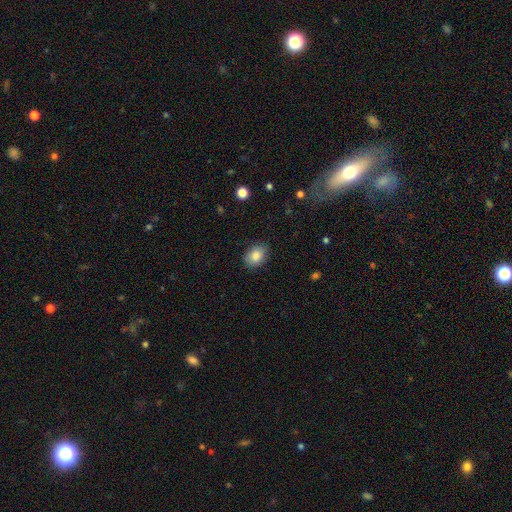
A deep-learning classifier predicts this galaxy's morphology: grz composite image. It shows a smooth galaxy with no disk features (86%) that is in between round and cigar-shaped (73%). Merging: none (85%).